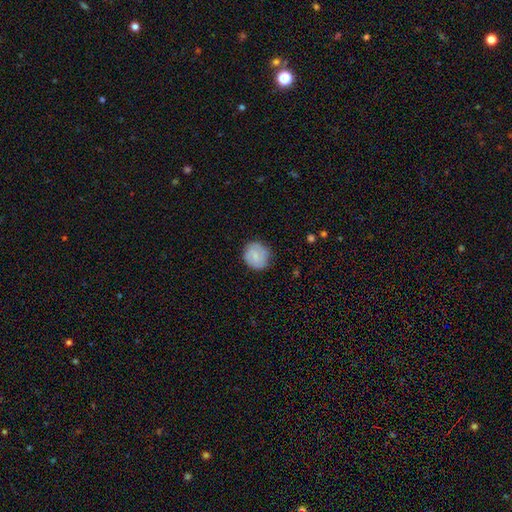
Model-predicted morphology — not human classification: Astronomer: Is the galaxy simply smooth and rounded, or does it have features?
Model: smooth — 71%.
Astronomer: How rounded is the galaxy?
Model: round — 85%.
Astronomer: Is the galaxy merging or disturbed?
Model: none — 78%.